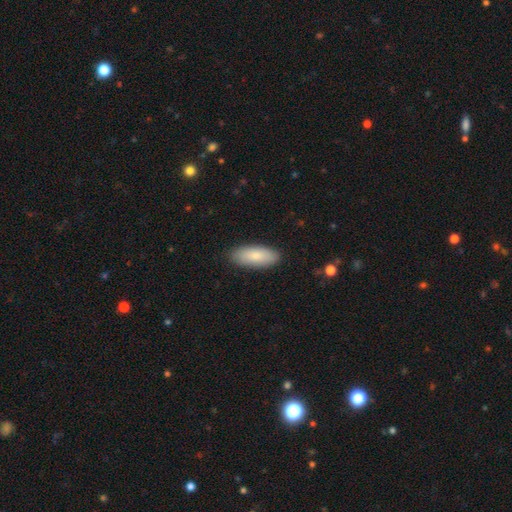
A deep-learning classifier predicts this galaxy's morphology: smooth 84%, featured or disk 10%, star or artifact 6%. Down the decision tree: how rounded — in between (83%); merging — none (88%).